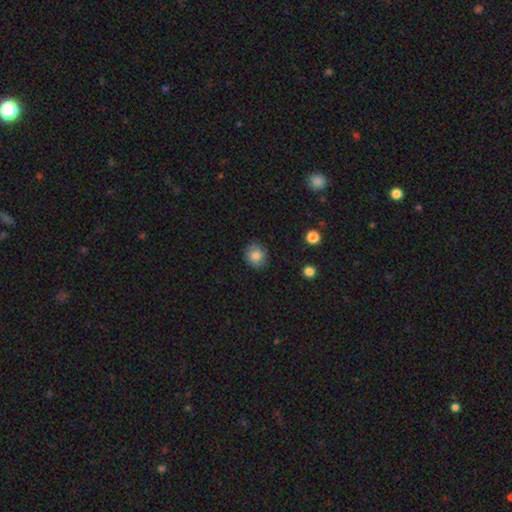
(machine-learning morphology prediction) This is clearly a smooth galaxy (81%). How rounded: likely round (78%). Merging: clearly none (83%).